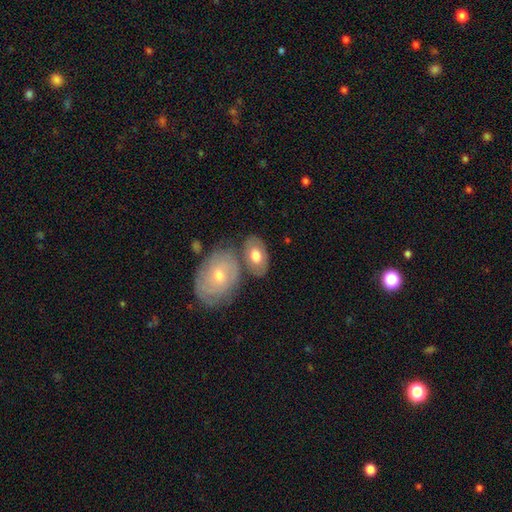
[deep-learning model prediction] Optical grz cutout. It shows a smooth galaxy with no disk features (66%) that is in between round and cigar-shaped (91%). Merging: none (61%).